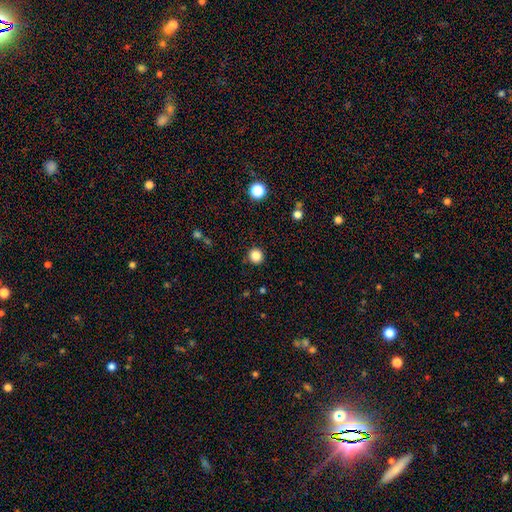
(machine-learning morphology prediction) Smooth or featured? Predicted: smooth (p=0.86). How rounded? Predicted: round (p=0.94). Merging? Predicted: none (p=0.91).